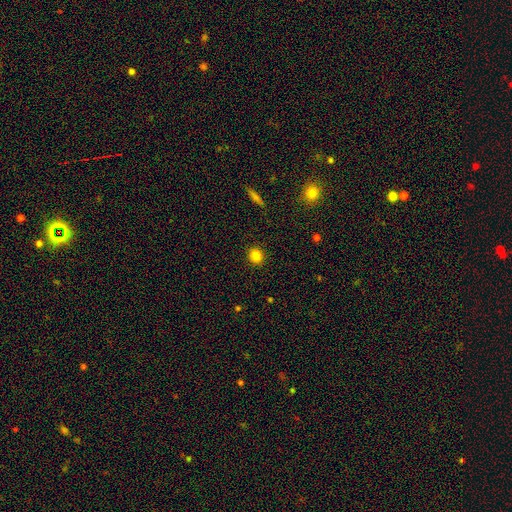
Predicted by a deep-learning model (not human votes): Morphology: type=smooth (84%); roundness=round (86%); merging=none (91%).